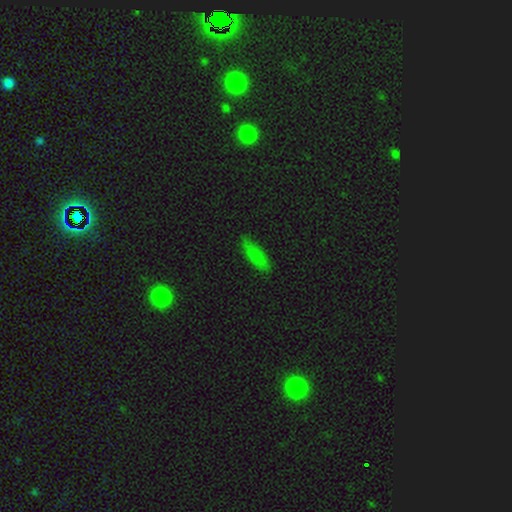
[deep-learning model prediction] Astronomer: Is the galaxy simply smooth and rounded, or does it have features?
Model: smooth — 80%.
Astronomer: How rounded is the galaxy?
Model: in between — 62%.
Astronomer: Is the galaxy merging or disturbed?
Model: none — 80%.